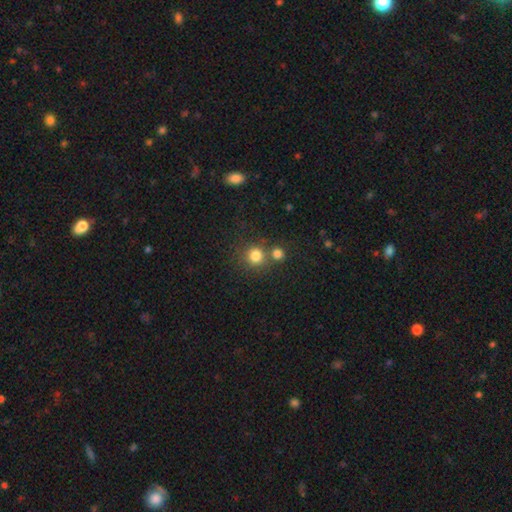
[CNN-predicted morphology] Smooth or featured: smooth — 80% (star or artifact — 13%)
How rounded: round — 91% (in between — 8%)
Merging: none — 62% (merger — 26%)